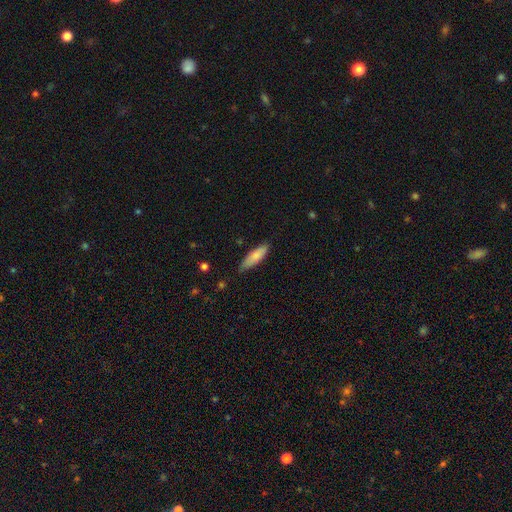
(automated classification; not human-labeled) A smooth galaxy with no disk features (80%) that is cigar-shaped (55%). Merging: none (77%).